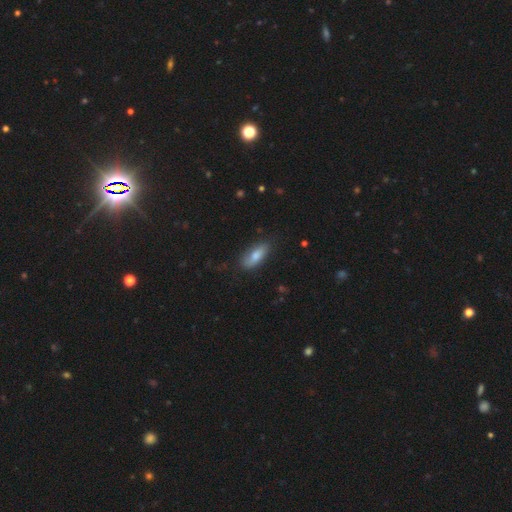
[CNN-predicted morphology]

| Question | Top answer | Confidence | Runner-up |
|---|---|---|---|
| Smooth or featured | smooth | 77% | featured or disk (16%) |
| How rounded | in between | 76% | cigar-shaped (22%) |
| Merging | none | 76% | minor disturbance (18%) |